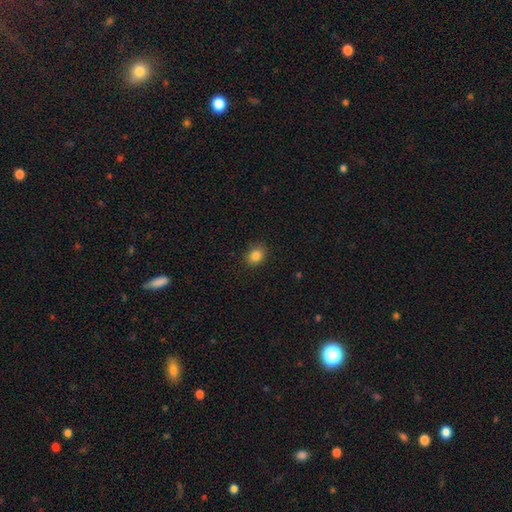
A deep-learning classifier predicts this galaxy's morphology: type=smooth (85%); roundness=round (57%); merging=none (86%).